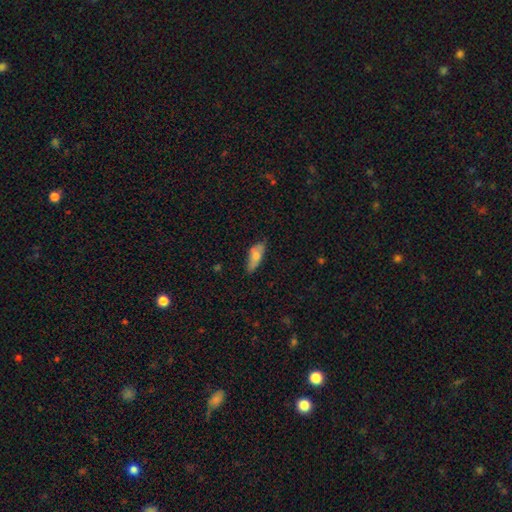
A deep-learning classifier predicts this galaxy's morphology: A smooth galaxy with no disk features (71%) that is in between round and cigar-shaped (73%). Merging: none (70%).